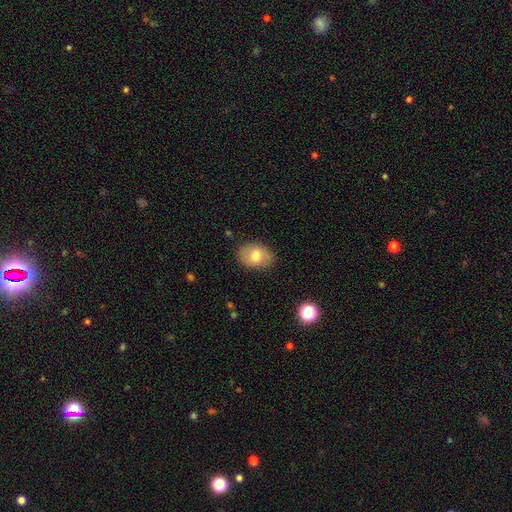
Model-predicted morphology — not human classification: The model was most divided on "how rounded": in between: 75%, round: 24%, cigar-shaped: 1%. More confident: merging — none (84%); smooth or featured — smooth (74%).